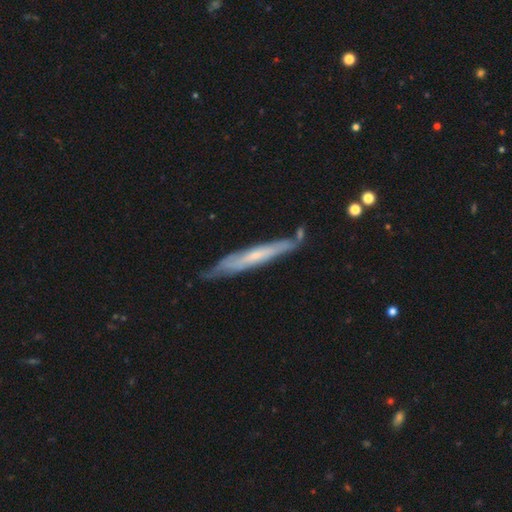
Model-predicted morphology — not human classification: Smooth or featured? Predicted: featured or disk (p=0.60). Edge-on disk? Predicted: yes (p=0.78). Merging? Predicted: none (p=0.71).